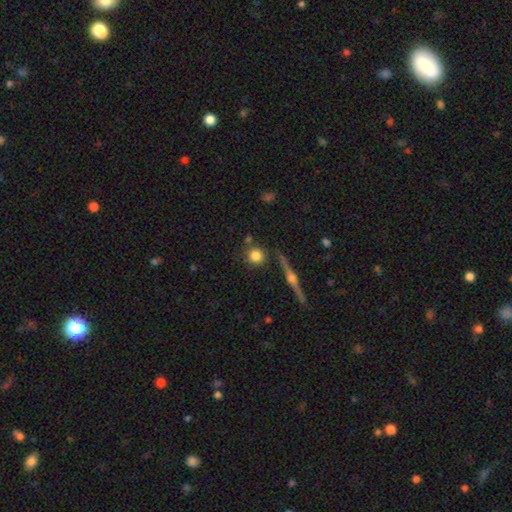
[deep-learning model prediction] This is likely a smooth galaxy (77%). How rounded: clearly round (93%). Merging: likely none (79%).